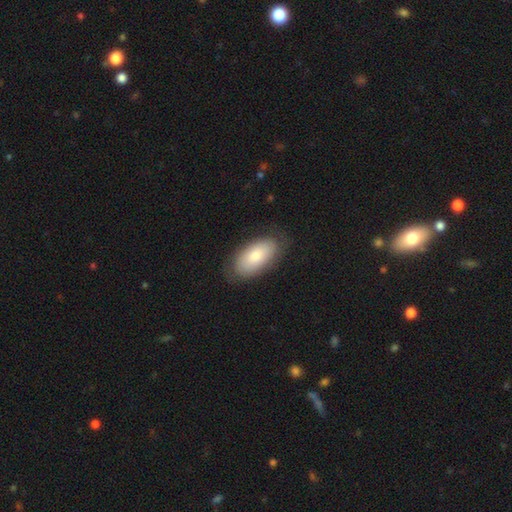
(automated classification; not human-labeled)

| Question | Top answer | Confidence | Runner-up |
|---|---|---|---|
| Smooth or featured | smooth | 73% | featured or disk (21%) |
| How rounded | in between | 95% | round (3%) |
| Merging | none | 78% | minor disturbance (16%) |